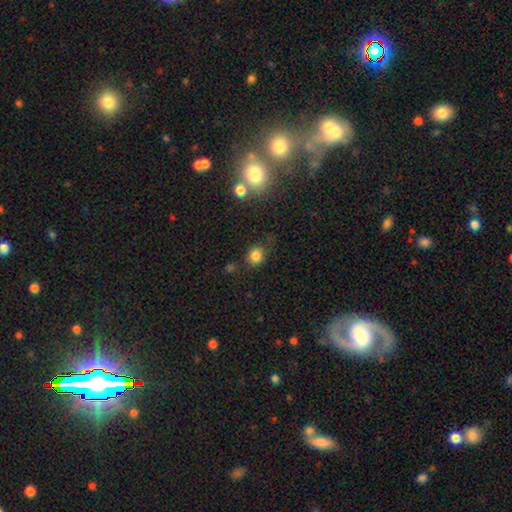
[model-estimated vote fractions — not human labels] smooth_or_featured: smooth (p=0.81) [alt: star or artifact p=0.14]
how_rounded: round (p=0.80) [alt: in between p=0.19]
merging: none (p=0.75) [alt: minor disturbance p=0.15]